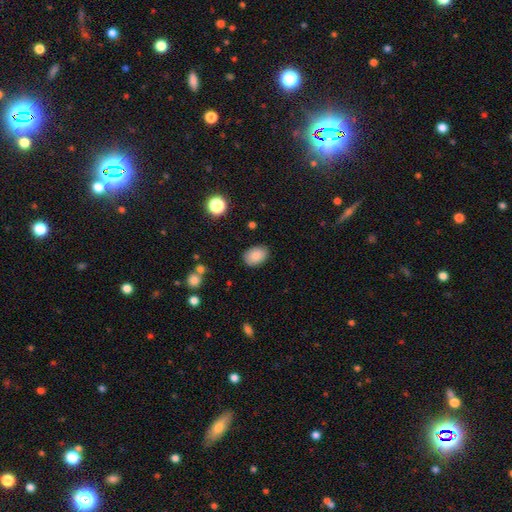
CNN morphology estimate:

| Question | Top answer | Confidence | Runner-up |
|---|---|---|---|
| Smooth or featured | smooth | 86% | star or artifact (8%) |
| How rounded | in between | 82% | round (17%) |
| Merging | none | 85% | minor disturbance (11%) |